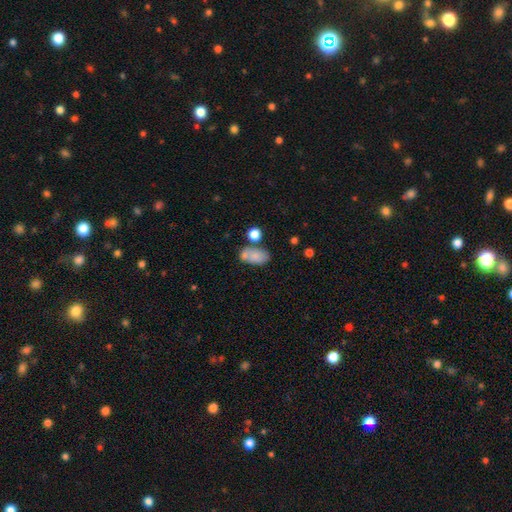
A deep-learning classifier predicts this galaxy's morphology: The model was most divided on "merging": none: 48%, merger: 27%, minor disturbance: 17%, major disturbance: 7%. More confident: how rounded — in between (89%); smooth or featured — smooth (76%).